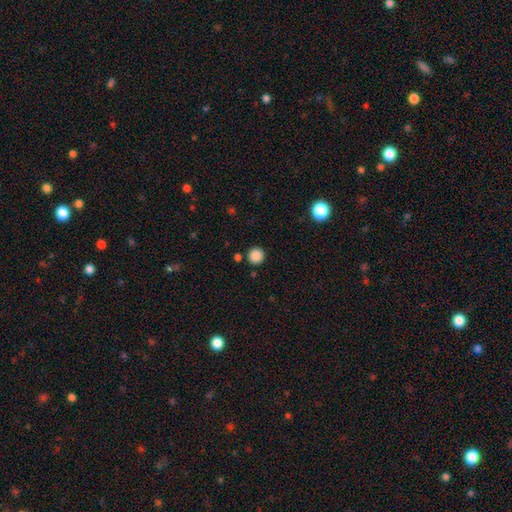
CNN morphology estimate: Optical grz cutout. It shows a smooth galaxy with no disk features (87%) that is round (94%). Merging: none (89%).